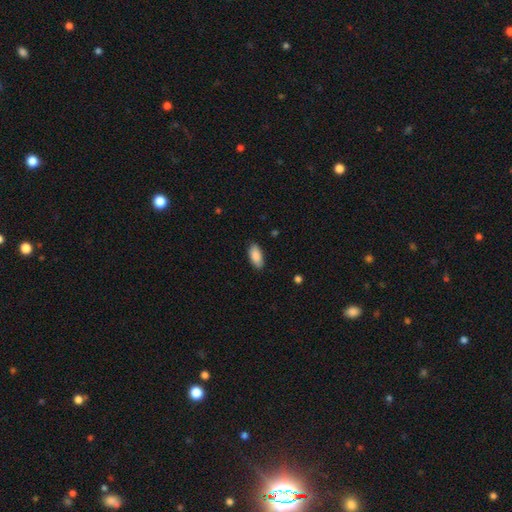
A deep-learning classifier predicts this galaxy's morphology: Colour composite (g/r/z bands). It shows a smooth galaxy with no disk features (89%) that is in between round and cigar-shaped (90%). Merging: none (87%).